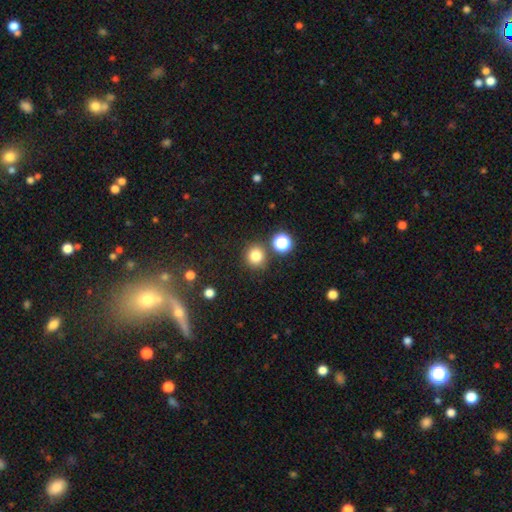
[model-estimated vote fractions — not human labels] This appears to be a smooth galaxy with no disk features (79%) that is round (90%). Merging: none (82%).